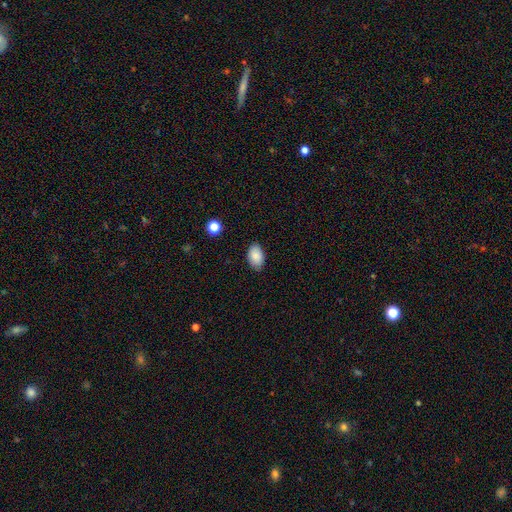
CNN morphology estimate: Smooth or featured?
  - smooth: 87% *
  - star or artifact: 7%
  - featured or disk: 6%
How rounded?
  - in between: 91% *
  - round: 8%
  - cigar-shaped: 1%
Merging?
  - none: 85% *
  - minor disturbance: 12%
  - major disturbance: 2%
  - merger: 1%